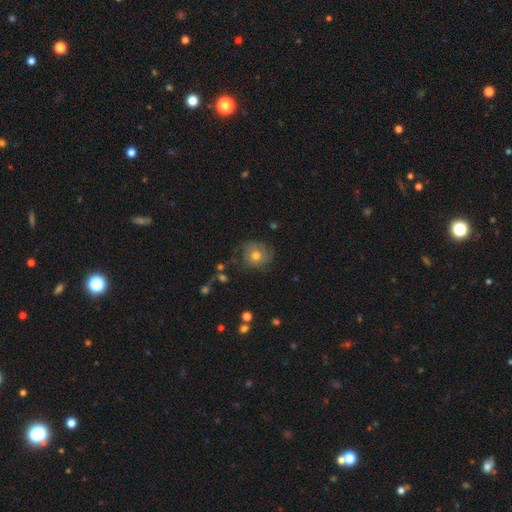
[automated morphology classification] The model was most divided on "smooth or featured": smooth: 53%, featured or disk: 36%, star or artifact: 12%. More confident: how rounded — round (83%); merging — none (68%).